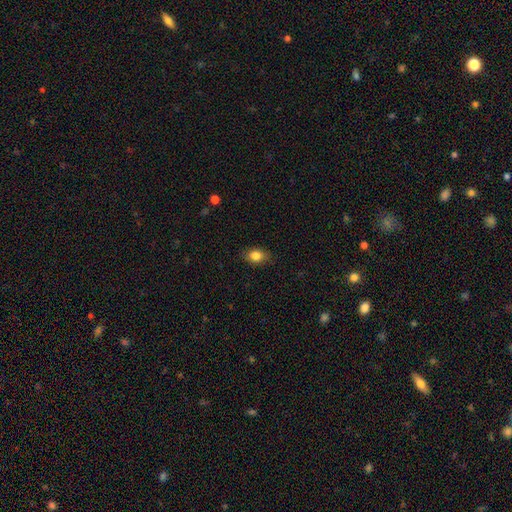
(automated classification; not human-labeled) Smooth or featured?
  - smooth: 83% *
  - star or artifact: 9%
  - featured or disk: 8%
How rounded?
  - in between: 72% *
  - round: 26%
  - cigar-shaped: 2%
Merging?
  - none: 85% *
  - minor disturbance: 12%
  - major disturbance: 3%
  - merger: 1%